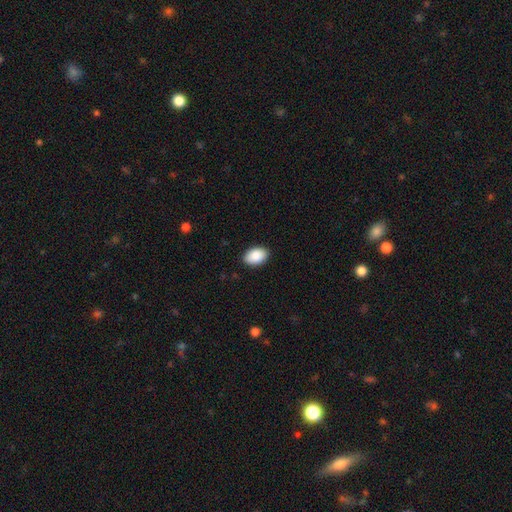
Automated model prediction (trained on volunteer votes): A smooth galaxy with no disk features (90%) that is in between round and cigar-shaped (90%).

Vote fractions:
- Smooth or featured? smooth: 90% / star or artifact: 6% / featured or disk: 4%
- How rounded? in between: 90% / round: 9% / cigar-shaped: 1%
- Merging? none: 89% / minor disturbance: 8% / major disturbance: 2% / merger: 1%